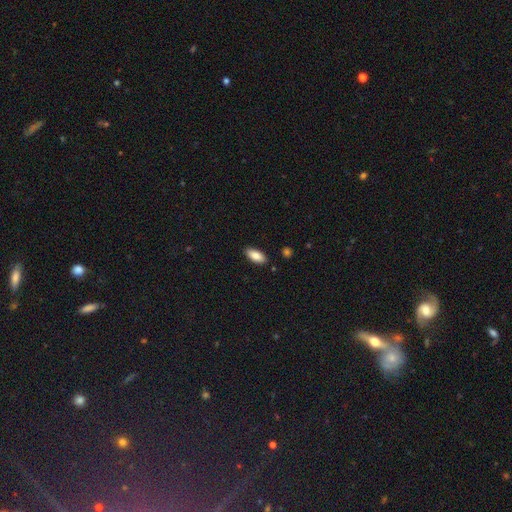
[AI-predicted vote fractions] A smooth galaxy with no disk features (85%) that is in between round and cigar-shaped (87%). Merging: none (88%).